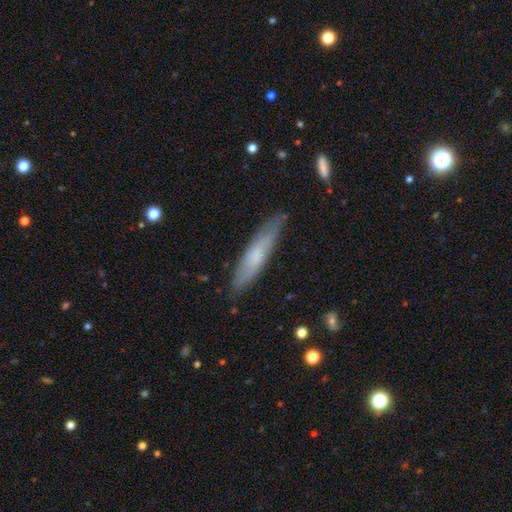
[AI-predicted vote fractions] Q: Smooth or featured?
A: smooth (60%); runner-up: featured or disk (34%)
Q: How rounded?
A: cigar-shaped (84%); runner-up: in between (15%)
Q: Merging?
A: none (81%); runner-up: minor disturbance (15%)